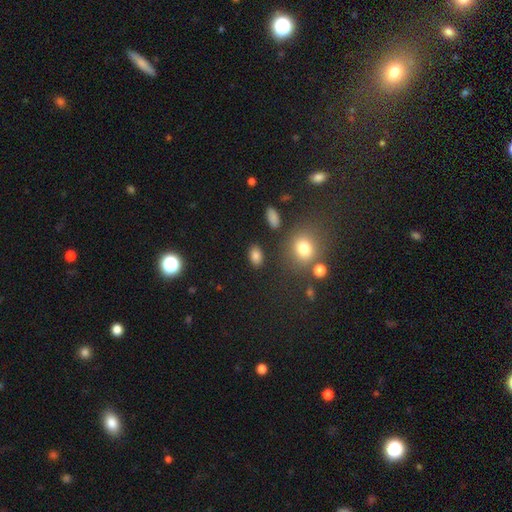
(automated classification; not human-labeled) Smooth or featured?
  - smooth: 83% *
  - star or artifact: 12%
  - featured or disk: 6%
How rounded?
  - in between: 80% *
  - round: 18%
  - cigar-shaped: 2%
Merging?
  - none: 85% *
  - minor disturbance: 9%
  - merger: 3%
  - major disturbance: 3%